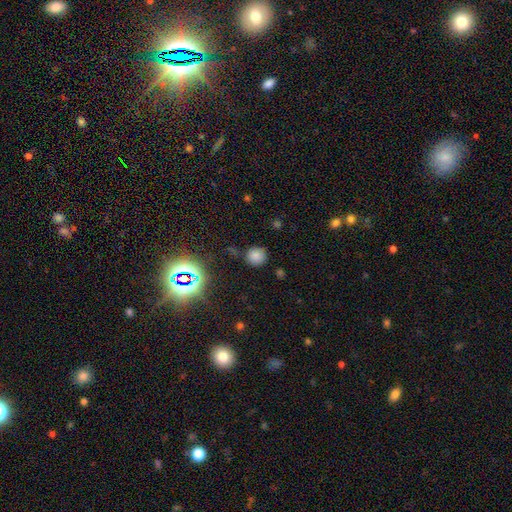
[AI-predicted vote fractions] Smooth or featured? Predicted: smooth (p=0.73). How rounded? Predicted: round (p=0.90). Merging? Predicted: none (p=0.81).